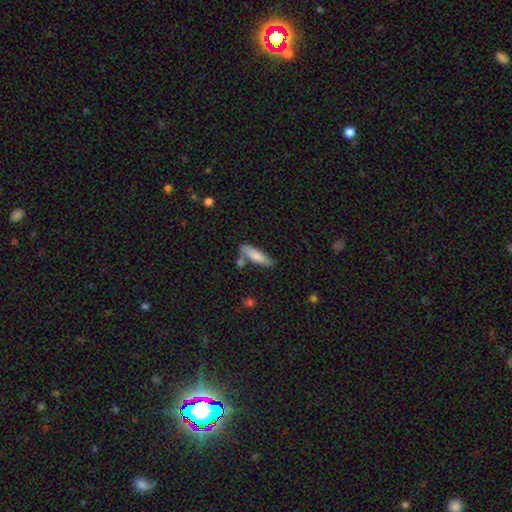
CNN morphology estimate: Smooth or featured? Predicted: smooth (p=0.75). How rounded? Predicted: cigar-shaped (p=0.59). Merging? Predicted: none (p=0.66).